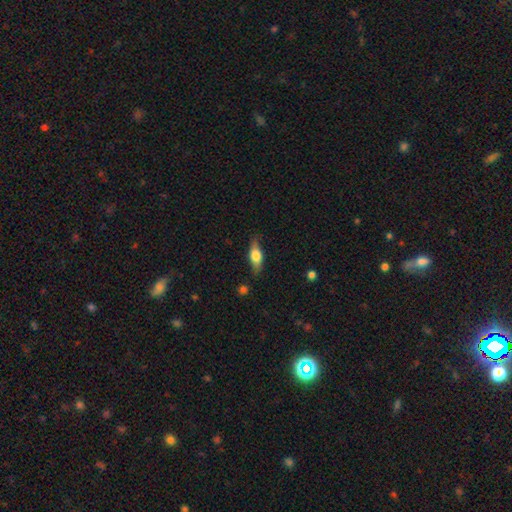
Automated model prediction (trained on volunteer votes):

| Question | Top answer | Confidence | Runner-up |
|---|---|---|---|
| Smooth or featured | smooth | 56% | featured or disk (37%) |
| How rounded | in between | 69% | cigar-shaped (26%) |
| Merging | none | 76% | minor disturbance (18%) |